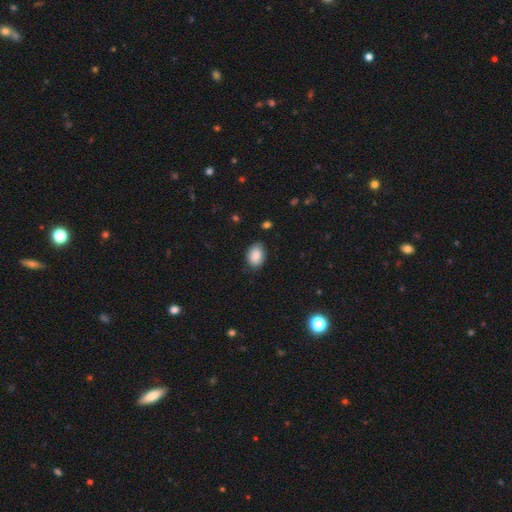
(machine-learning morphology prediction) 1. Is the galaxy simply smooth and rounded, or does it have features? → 88% smooth, 7% star or artifact, 5% featured or disk.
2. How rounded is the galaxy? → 82% in between, 17% round, 1% cigar-shaped.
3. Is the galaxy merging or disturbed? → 79% none, 17% minor disturbance, 3% major disturbance, 1% merger.